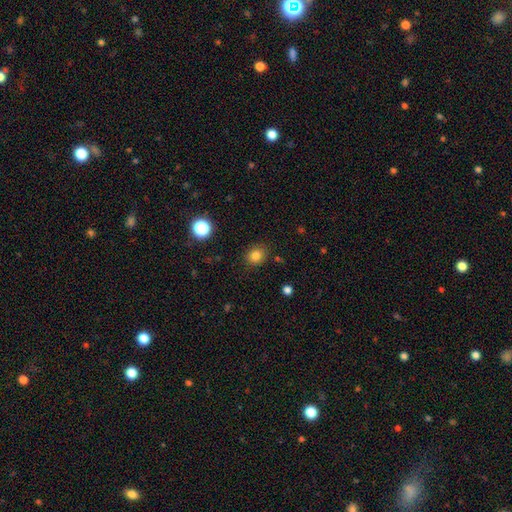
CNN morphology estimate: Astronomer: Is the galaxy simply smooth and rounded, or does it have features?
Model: smooth — 81%.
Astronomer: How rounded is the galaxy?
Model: round — 69%.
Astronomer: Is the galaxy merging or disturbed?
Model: none — 86%.